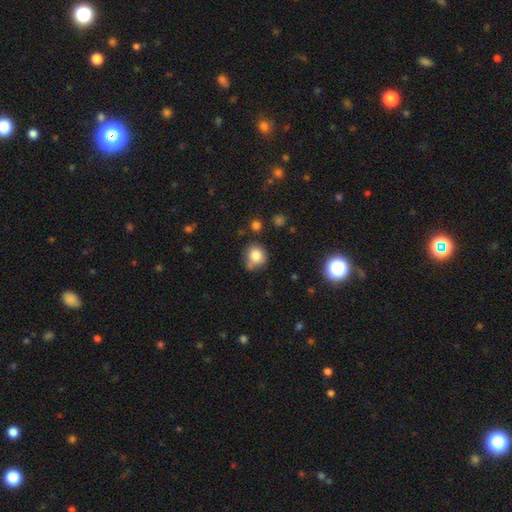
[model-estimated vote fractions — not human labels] Smooth or featured?
  - smooth: 82% *
  - star or artifact: 11%
  - featured or disk: 7%
How rounded?
  - round: 84% *
  - in between: 15%
  - cigar-shaped: 1%
Merging?
  - none: 65% *
  - minor disturbance: 20%
  - merger: 9%
  - major disturbance: 5%